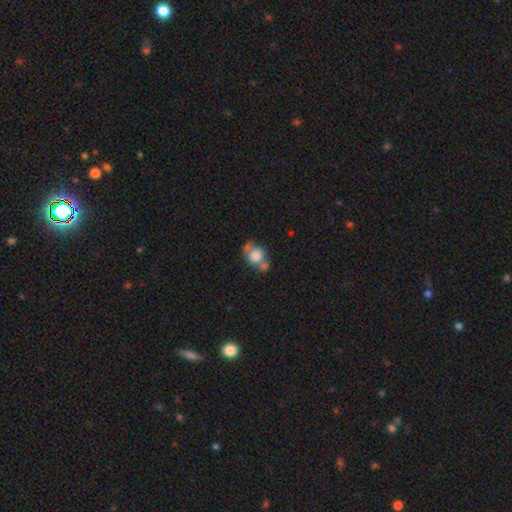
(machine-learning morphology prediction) The model was most divided on "merging": merger: 39%, none: 35%, minor disturbance: 16%, major disturbance: 10%. More confident: smooth or featured — smooth (70%); how rounded — round (69%).